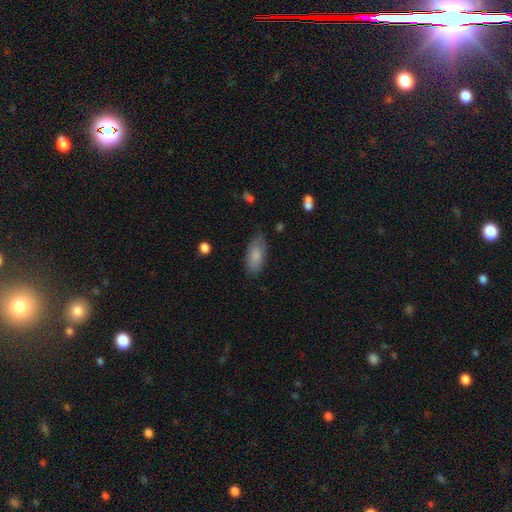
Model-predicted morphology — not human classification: The model was most divided on "merging": none: 74%, minor disturbance: 20%, major disturbance: 5%, merger: 1%. More confident: how rounded — in between (91%); smooth or featured — smooth (83%).